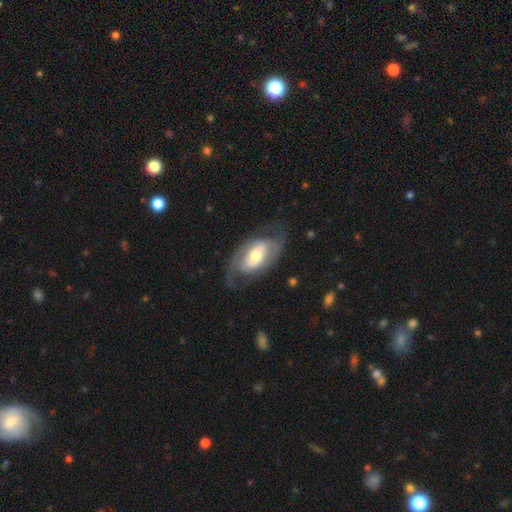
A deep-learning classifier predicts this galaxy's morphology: Overall: featured or disk (71%). Edge-on disk: no (93%). Bar: no (40%; weak 33%). Spiral arms: yes (71%). Bulge size: moderate (59%; small 23%). Merging: none (65%).